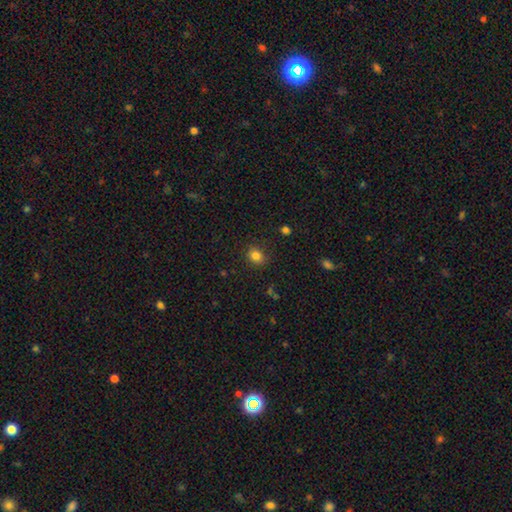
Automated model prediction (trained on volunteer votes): A smooth galaxy with no disk features (83%) that is round (64%).

Vote fractions:
- Smooth or featured? smooth: 83% / star or artifact: 12% / featured or disk: 5%
- How rounded? round: 64% / in between: 35% / cigar-shaped: 1%
- Merging? none: 85% / minor disturbance: 11% / major disturbance: 3% / merger: 1%